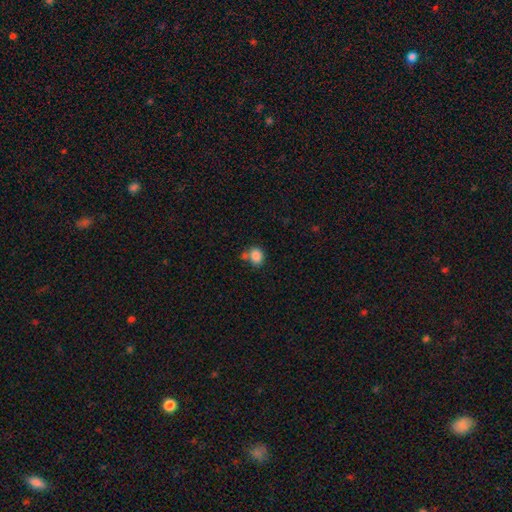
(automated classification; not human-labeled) A smooth galaxy with no disk features (85%) that is round (57%).

Vote fractions:
- Smooth or featured? smooth: 85% / star or artifact: 10% / featured or disk: 5%
- How rounded? round: 57% / in between: 42% / cigar-shaped: 1%
- Merging? none: 52% / merger: 22% / minor disturbance: 19% / major disturbance: 7%